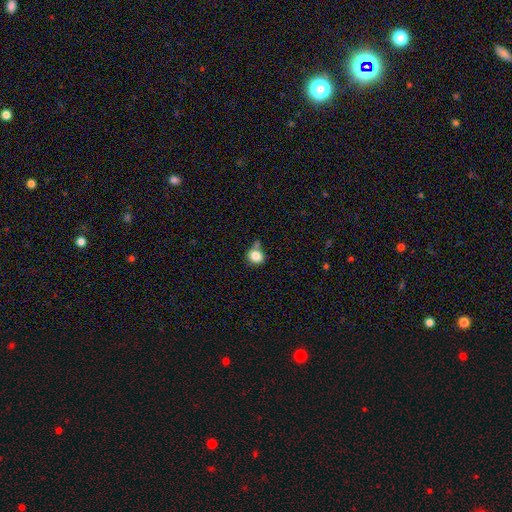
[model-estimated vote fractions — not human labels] smooth-or-featured: smooth: 84% | star or artifact: 10% | featured or disk: 6%
  how-rounded: round: 77% | in between: 22% | cigar-shaped: 1%
  merging: none: 59% | merger: 19% | minor disturbance: 17% | major disturbance: 5%